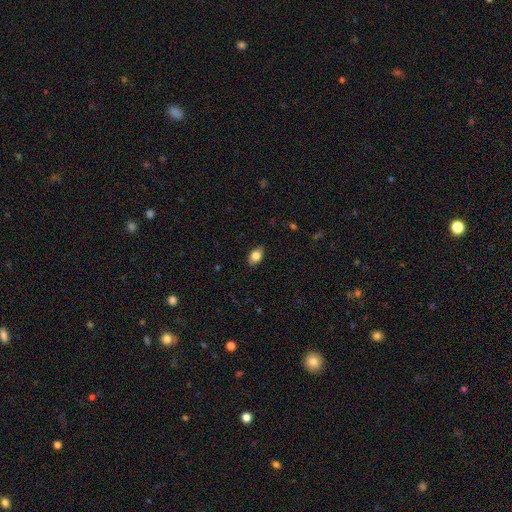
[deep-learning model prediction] Q: Smooth or featured?
A: smooth (83%); runner-up: featured or disk (9%)
Q: How rounded?
A: in between (86%); runner-up: round (13%)
Q: Merging?
A: none (86%); runner-up: minor disturbance (11%)